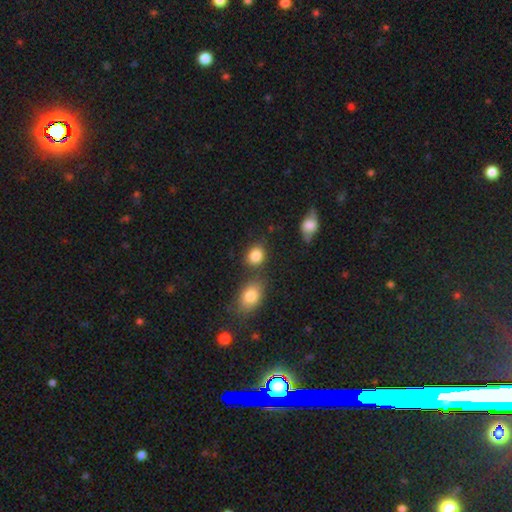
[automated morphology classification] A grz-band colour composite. It shows a smooth galaxy with no disk features (86%) that is round (53%). Merging: none (68%).